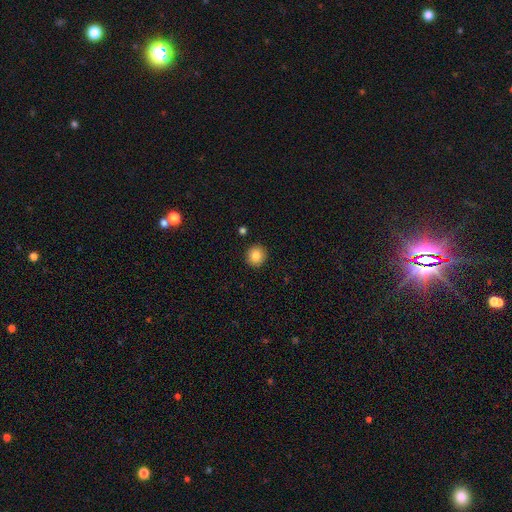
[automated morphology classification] This appears to be a smooth galaxy with no disk features (86%) that is round (88%). Merging: none (91%).